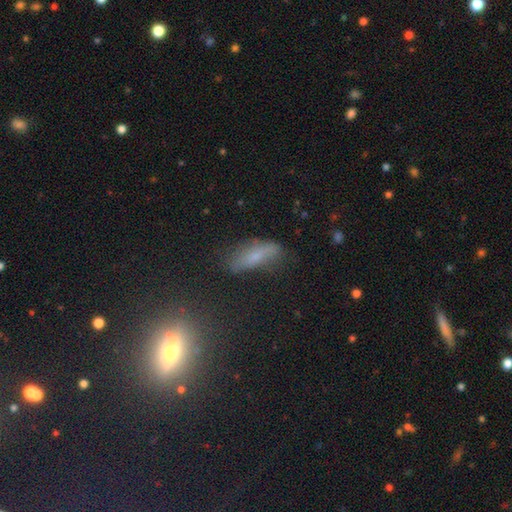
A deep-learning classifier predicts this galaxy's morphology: Smooth or featured: smooth — 61% (featured or disk — 25%)
How rounded: in between — 50% (cigar-shaped — 46%)
Merging: none — 62% (minor disturbance — 25%)